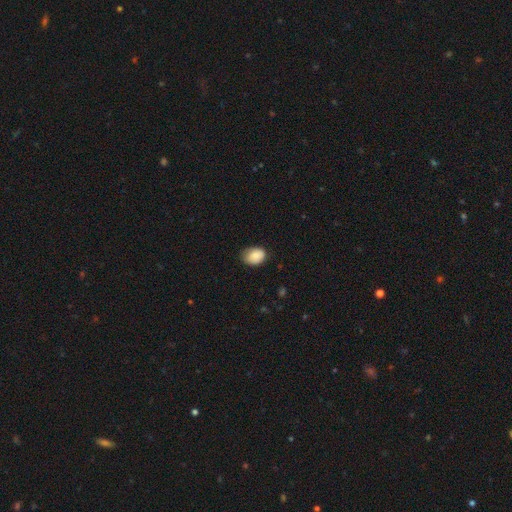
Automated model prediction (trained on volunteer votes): smooth_or_featured: smooth (p=0.85) [alt: featured or disk p=0.08]
how_rounded: in between (p=0.68) [alt: round p=0.31]
merging: none (p=0.66) [alt: minor disturbance p=0.28]